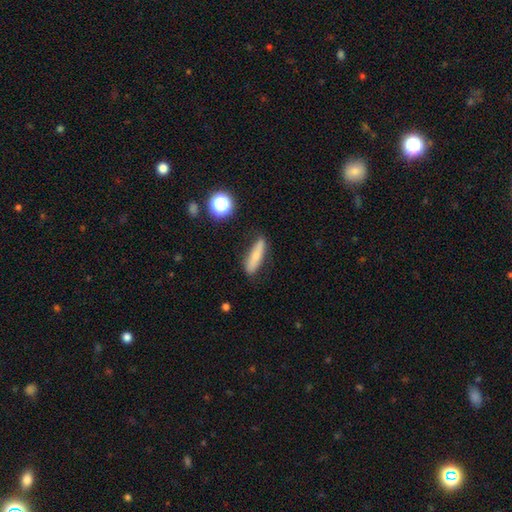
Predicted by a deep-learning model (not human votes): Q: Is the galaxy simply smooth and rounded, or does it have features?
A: smooth — 70%.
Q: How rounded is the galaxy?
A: cigar-shaped — 77%.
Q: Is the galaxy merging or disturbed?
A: none — 82%.